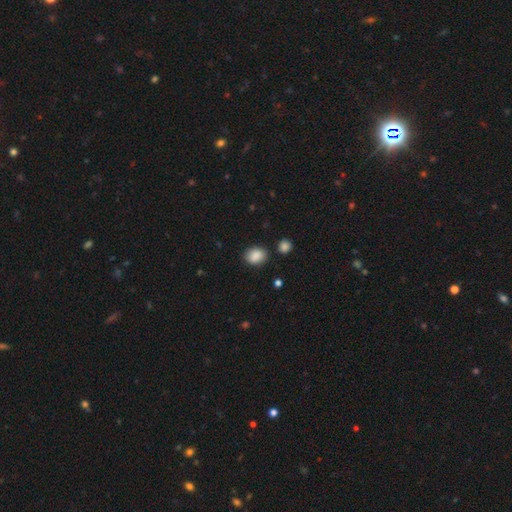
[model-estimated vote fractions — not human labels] This appears to be a smooth galaxy with no disk features (87%) that is in between round and cigar-shaped (58%). Merging: none (81%).